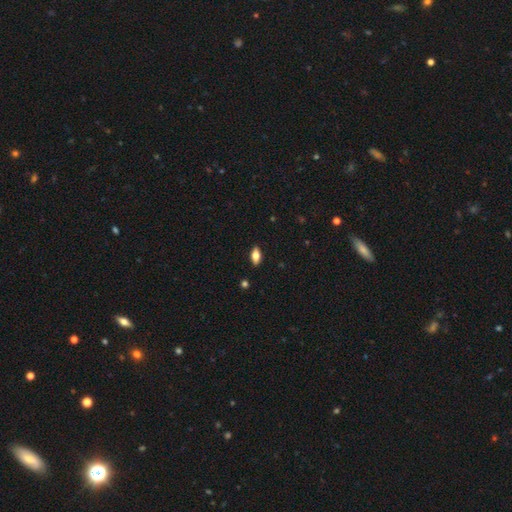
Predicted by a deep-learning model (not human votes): A smooth galaxy with no disk features (67%) that is in between round and cigar-shaped (86%). Merging: none (89%).